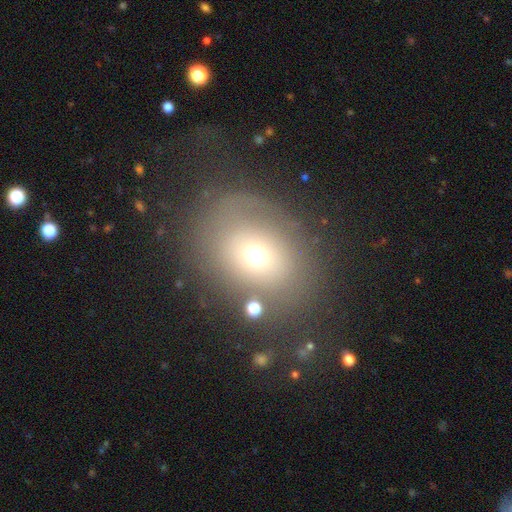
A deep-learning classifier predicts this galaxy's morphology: smooth-or-featured: smooth: 59% | featured or disk: 24% | star or artifact: 17%
  how-rounded: round: 53% | in between: 46% | cigar-shaped: 1%
  merging: none: 63% | minor disturbance: 18% | major disturbance: 15% | merger: 4%